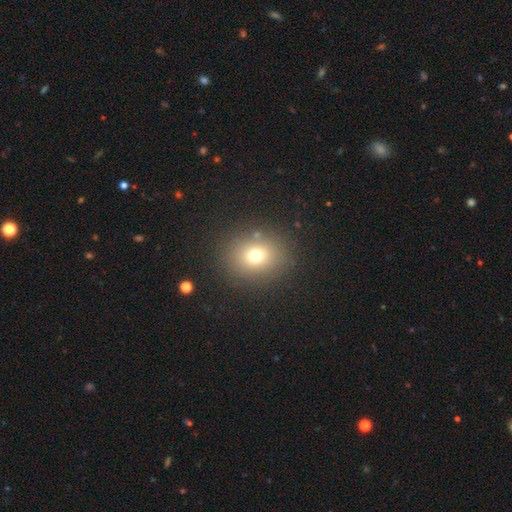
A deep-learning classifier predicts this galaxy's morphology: A smooth galaxy with no disk features (71%) that is round (72%). Merging: none (86%).